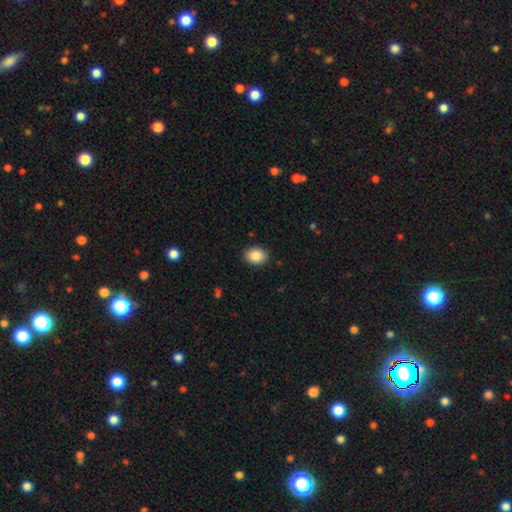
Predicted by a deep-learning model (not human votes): Morphology: type=smooth (87%); roundness=in between (63%); merging=none (89%).